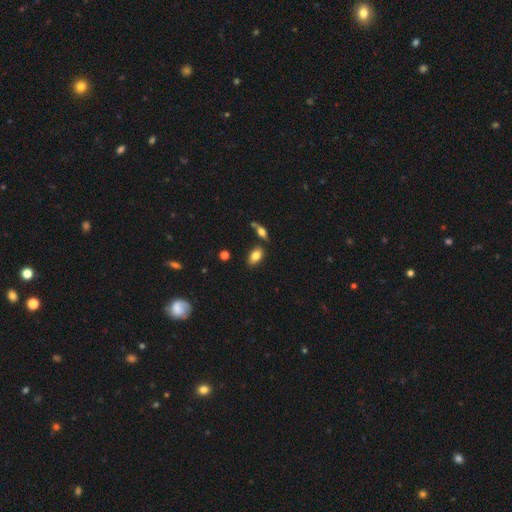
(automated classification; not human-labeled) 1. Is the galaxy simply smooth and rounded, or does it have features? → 80% smooth, 11% featured or disk, 8% star or artifact.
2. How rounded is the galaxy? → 88% in between, 8% round, 3% cigar-shaped.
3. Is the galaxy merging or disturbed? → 75% none, 12% minor disturbance, 10% merger, 3% major disturbance.